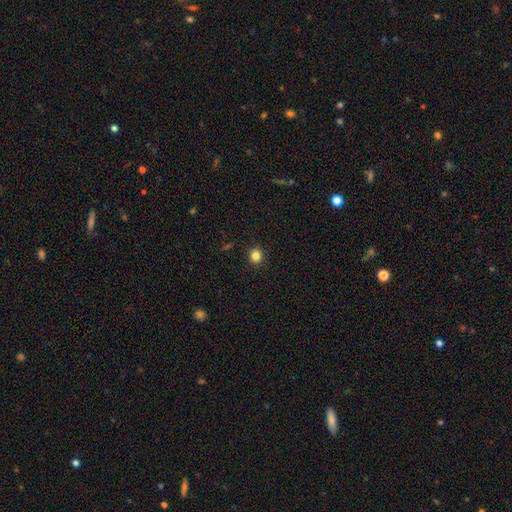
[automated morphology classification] type=smooth (83%); roundness=round (90%); merging=none (92%).